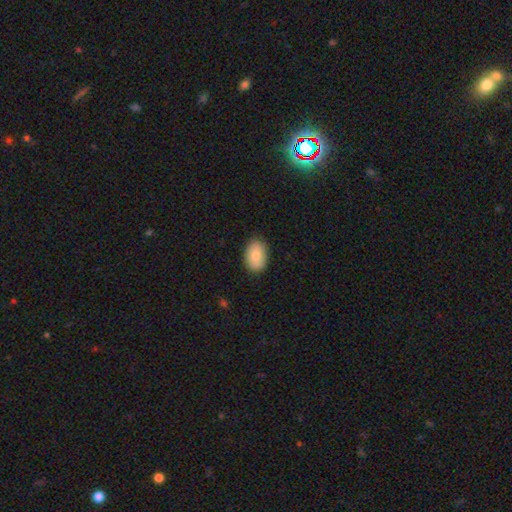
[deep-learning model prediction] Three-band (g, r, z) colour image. It shows a smooth galaxy with no disk features (81%) that is in between round and cigar-shaped (87%). Merging: none (85%).